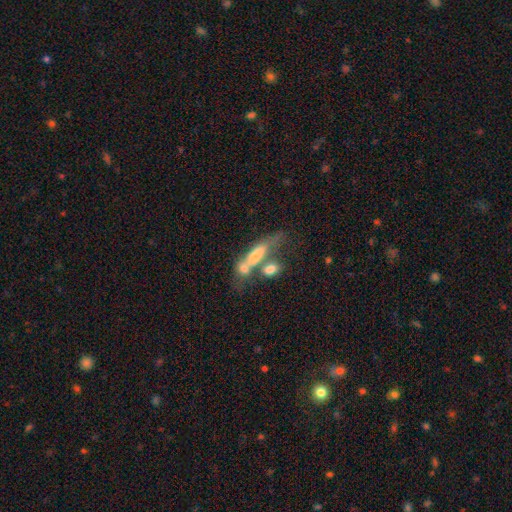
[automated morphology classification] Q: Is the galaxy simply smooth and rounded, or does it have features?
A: smooth — 52%.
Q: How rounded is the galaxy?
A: cigar-shaped — 51%.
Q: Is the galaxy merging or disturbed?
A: merger — 50%.